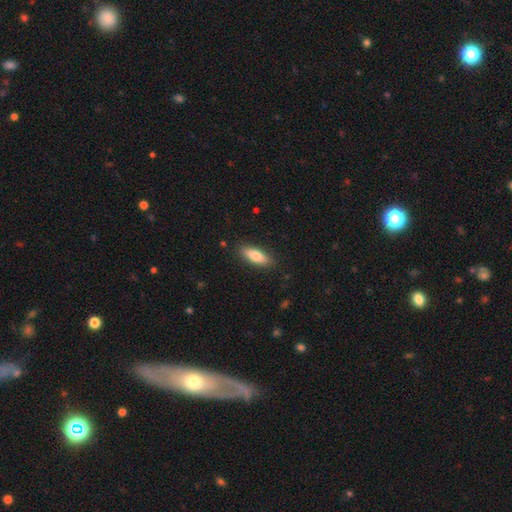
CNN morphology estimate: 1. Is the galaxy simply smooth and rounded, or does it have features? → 80% smooth, 14% featured or disk, 6% star or artifact.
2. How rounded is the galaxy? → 64% in between, 34% cigar-shaped, 2% round.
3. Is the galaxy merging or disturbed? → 87% none, 10% minor disturbance, 2% major disturbance, 1% merger.